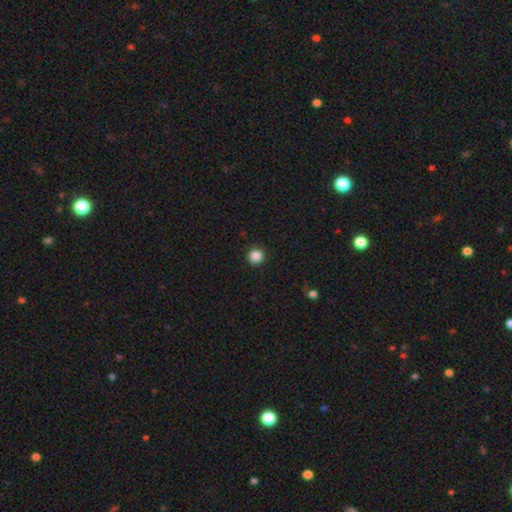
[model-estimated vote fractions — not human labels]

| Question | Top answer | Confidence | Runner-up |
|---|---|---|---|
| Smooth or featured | smooth | 86% | star or artifact (11%) |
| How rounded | round | 95% | in between (4%) |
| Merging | none | 92% | minor disturbance (5%) |